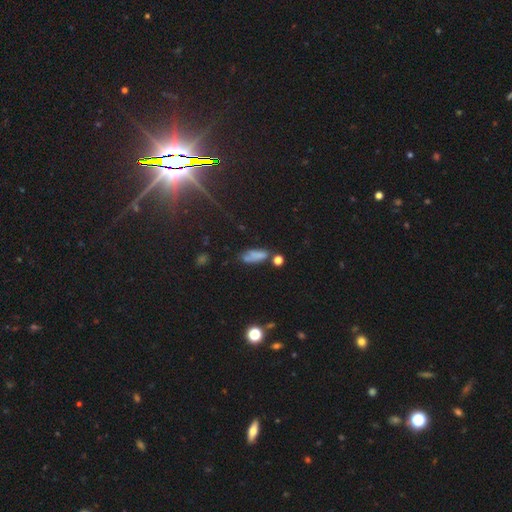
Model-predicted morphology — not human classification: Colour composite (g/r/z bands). It shows a smooth galaxy with no disk features (66%) that is in between round and cigar-shaped (69%). Merging: none (48%).